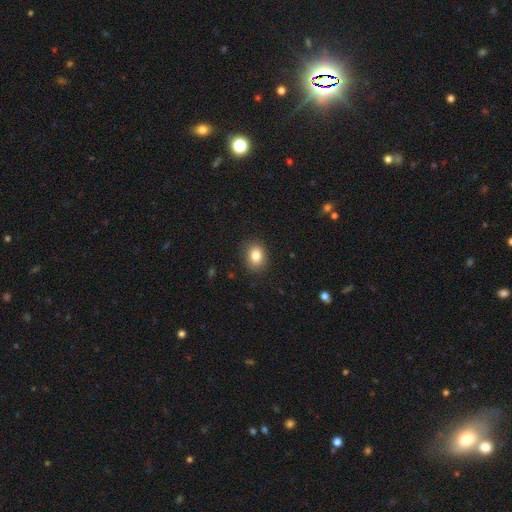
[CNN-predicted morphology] Q: Smooth or featured?
A: smooth (84%); runner-up: star or artifact (9%)
Q: How rounded?
A: in between (56%); runner-up: round (43%)
Q: Merging?
A: none (88%); runner-up: minor disturbance (9%)